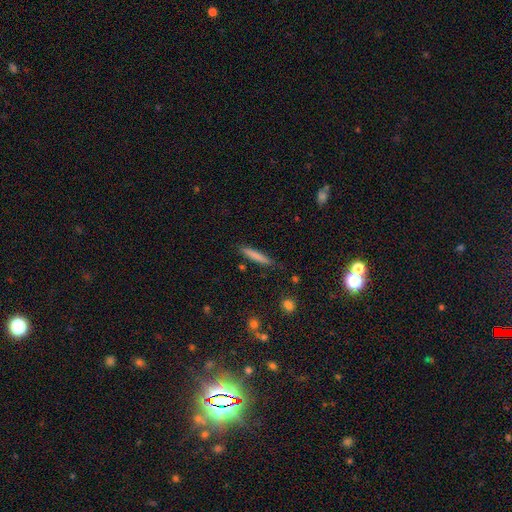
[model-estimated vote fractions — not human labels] smooth_or_featured: smooth (p=0.78) [alt: featured or disk p=0.15]
how_rounded: cigar-shaped (p=0.93) [alt: in between p=0.06]
merging: none (p=0.85) [alt: minor disturbance p=0.11]